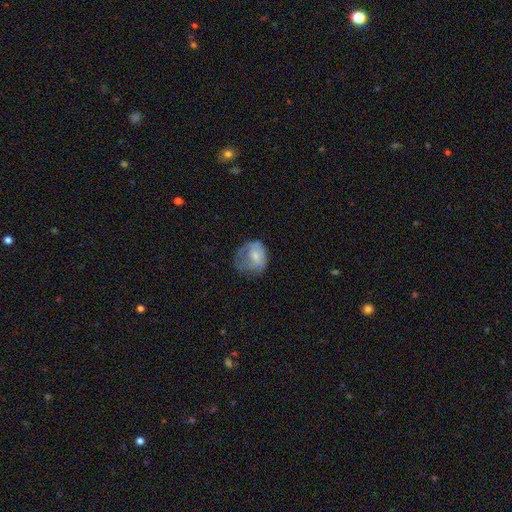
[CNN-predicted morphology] smooth 59%, featured or disk 33%, star or artifact 8%. Down the decision tree: how rounded — round (62%); merging — none (38%).